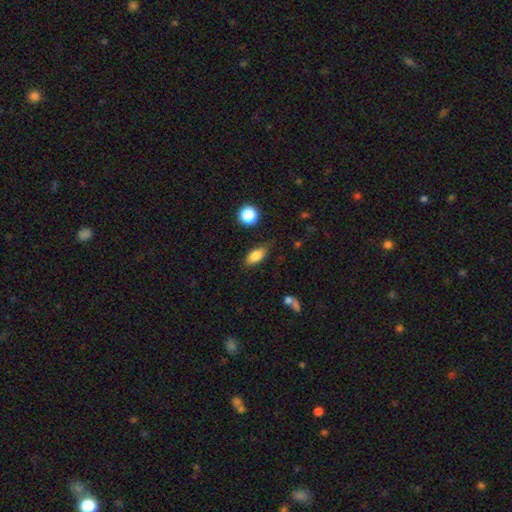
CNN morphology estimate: Smooth or featured? Predicted: smooth (p=0.81). How rounded? Predicted: in between (p=0.86). Merging? Predicted: none (p=0.80).